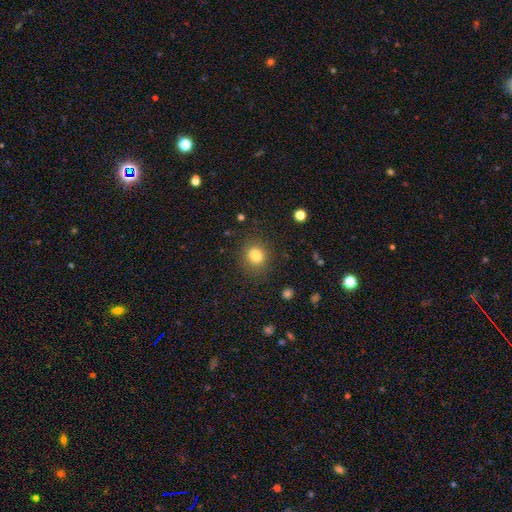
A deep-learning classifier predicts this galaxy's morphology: This appears to be a smooth galaxy with no disk features (81%) that is round (75%). Merging: none (85%).